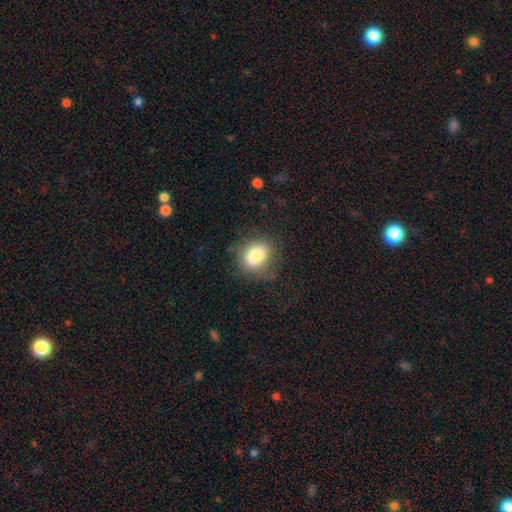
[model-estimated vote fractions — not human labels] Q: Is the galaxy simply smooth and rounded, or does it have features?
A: smooth — 81%.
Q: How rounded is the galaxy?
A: in between — 55%.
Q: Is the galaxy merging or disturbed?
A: none — 73%.